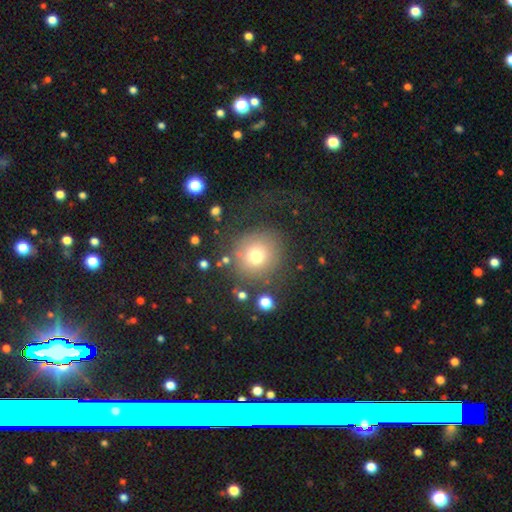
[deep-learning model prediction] The model was most divided on "smooth or featured": smooth: 72%, star or artifact: 15%, featured or disk: 13%. More confident: how rounded — round (90%); merging — none (74%).